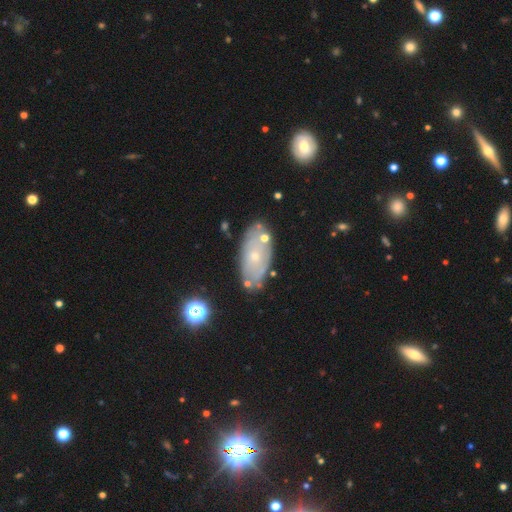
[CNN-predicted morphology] Smooth or featured?
  - featured or disk: 55% *
  - smooth: 35%
  - star or artifact: 10%
Edge-on disk?
  - no: 88% *
  - yes: 12%
Merging?
  - none: 73% *
  - minor disturbance: 17%
  - merger: 6%
  - major disturbance: 4%